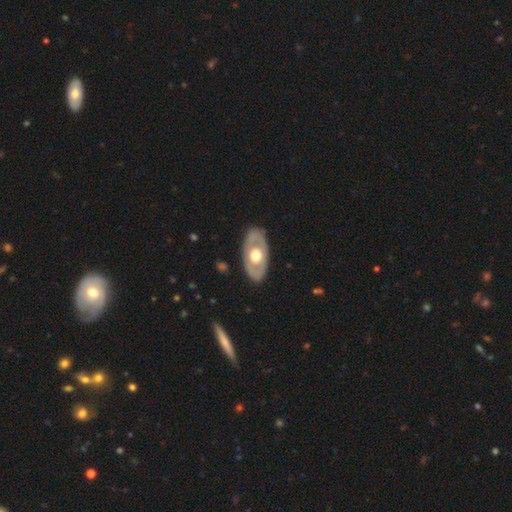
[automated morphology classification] Smooth or featured?
  - featured or disk: 60% *
  - smooth: 36%
  - star or artifact: 4%
Edge-on disk?
  - no: 85% *
  - yes: 15%
Bar?
  - no: 89% *
  - weak: 8%
  - strong: 2%
Spiral arms?
  - no: 86% *
  - yes: 14%
Bulge size?
  - moderate: 58% *
  - large: 37%
  - small: 3%
  - dominant: 1%
  - none: 1%
Merging?
  - none: 85% *
  - minor disturbance: 11%
  - major disturbance: 3%
  - merger: 1%